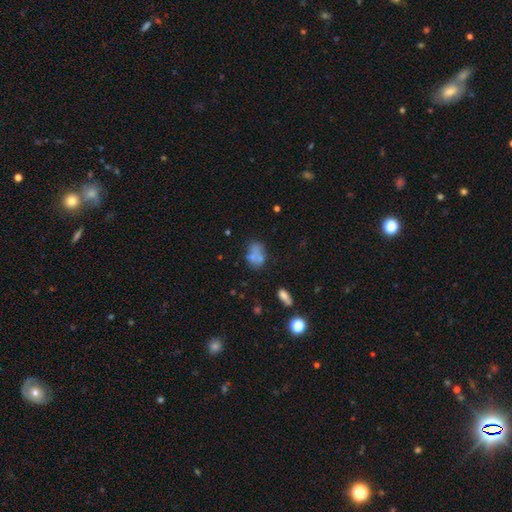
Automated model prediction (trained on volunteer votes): smooth 60%, featured or disk 26%, star or artifact 13%. Down the decision tree: how rounded — in between (70%); merging — none (38%).